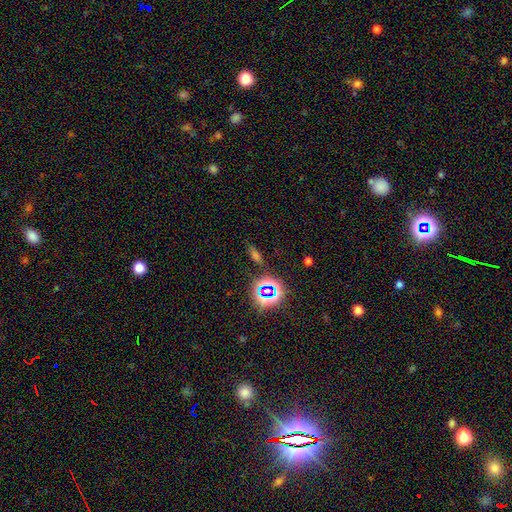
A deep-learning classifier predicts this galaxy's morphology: Smooth or featured? Predicted: star or artifact (p=0.45).